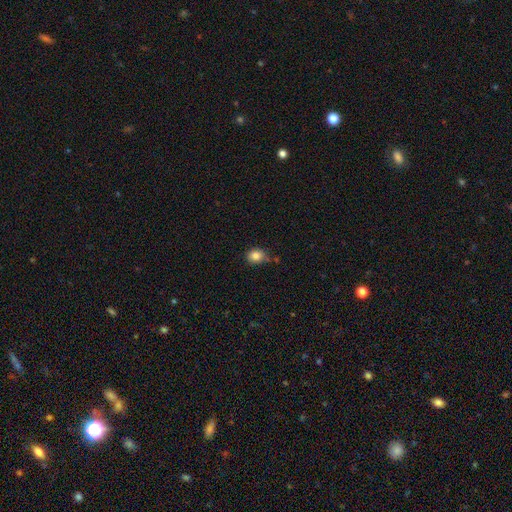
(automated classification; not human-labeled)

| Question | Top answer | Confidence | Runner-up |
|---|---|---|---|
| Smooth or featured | smooth | 84% | star or artifact (10%) |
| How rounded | round | 53% | in between (46%) |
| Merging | none | 73% | minor disturbance (18%) |